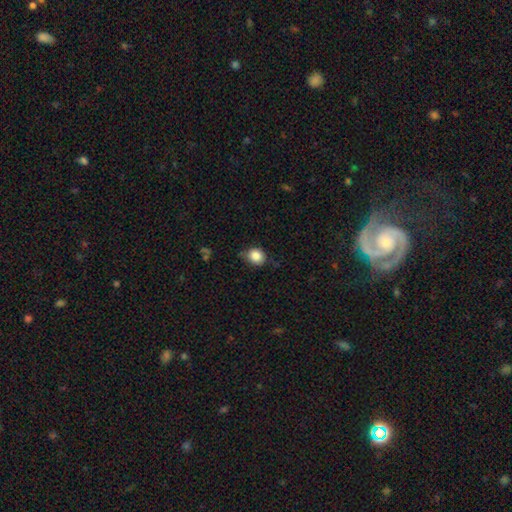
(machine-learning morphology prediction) This appears to be a smooth galaxy with no disk features (85%) that is round (70%). Merging: none (69%).